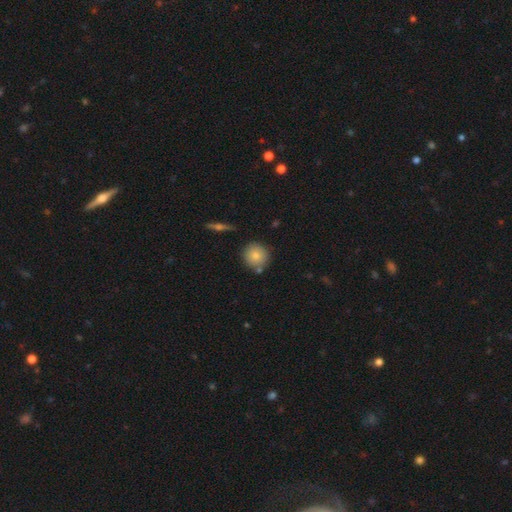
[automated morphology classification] A smooth galaxy with no disk features (77%) that is round (92%). Merging: none (81%).